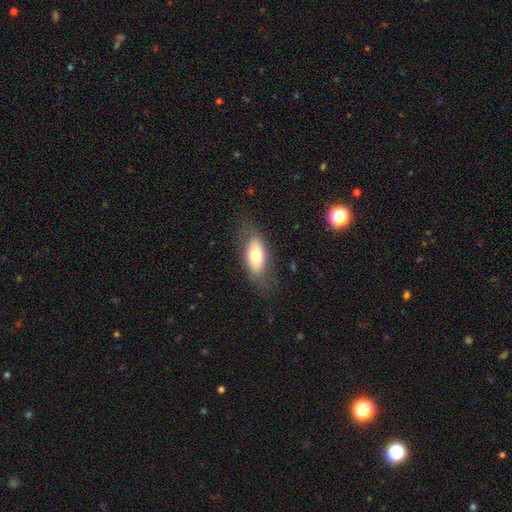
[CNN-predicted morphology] A smooth galaxy with no disk features (68%) that is in between round and cigar-shaped (86%).

Vote fractions:
- Smooth or featured? smooth: 68% / featured or disk: 25% / star or artifact: 7%
- How rounded? in between: 86% / cigar-shaped: 10% / round: 4%
- Merging? none: 72% / minor disturbance: 18% / major disturbance: 8% / merger: 1%